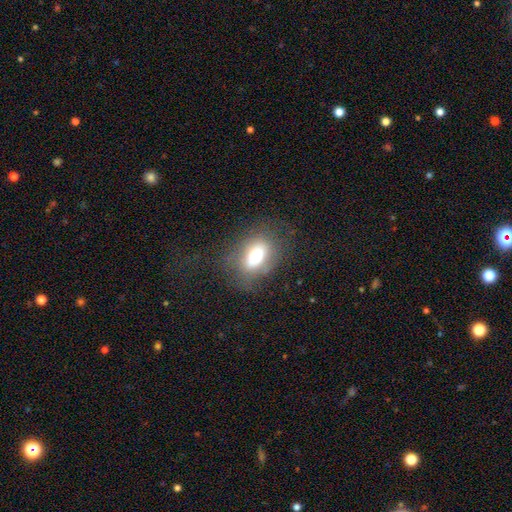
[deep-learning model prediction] A smooth galaxy with no disk features (64%) that is in between round and cigar-shaped (77%).

Vote fractions:
- Smooth or featured? smooth: 64% / featured or disk: 24% / star or artifact: 11%
- How rounded? in between: 77% / round: 20% / cigar-shaped: 3%
- Merging? none: 67% / minor disturbance: 18% / major disturbance: 12% / merger: 2%